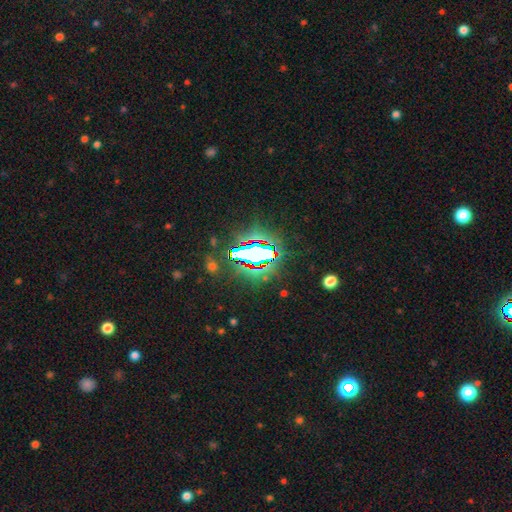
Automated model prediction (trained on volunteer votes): Morphology: type=star or artifact (69%).